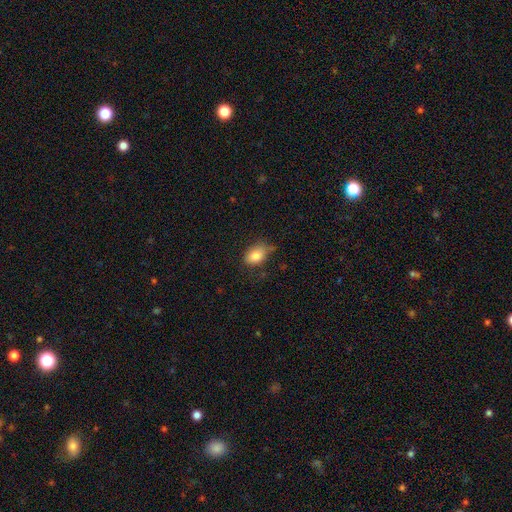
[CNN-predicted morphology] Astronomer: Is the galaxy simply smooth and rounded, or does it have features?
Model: smooth — 83%.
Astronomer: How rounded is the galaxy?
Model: in between — 83%.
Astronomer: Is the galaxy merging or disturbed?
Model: none — 62%.